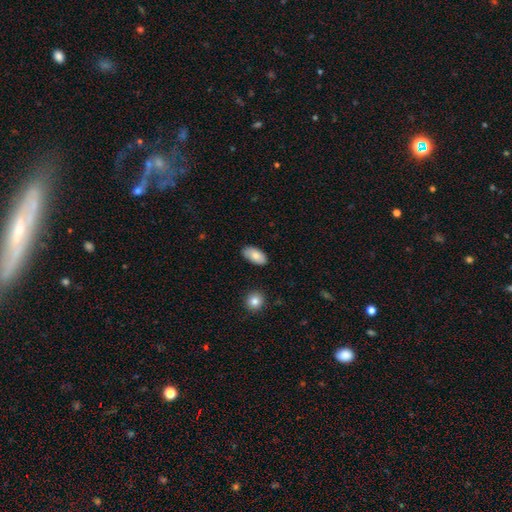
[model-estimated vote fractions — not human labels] smooth_or_featured: smooth (p=0.80) [alt: featured or disk p=0.13]
how_rounded: in between (p=0.94) [alt: round p=0.03]
merging: none (p=0.83) [alt: minor disturbance p=0.13]